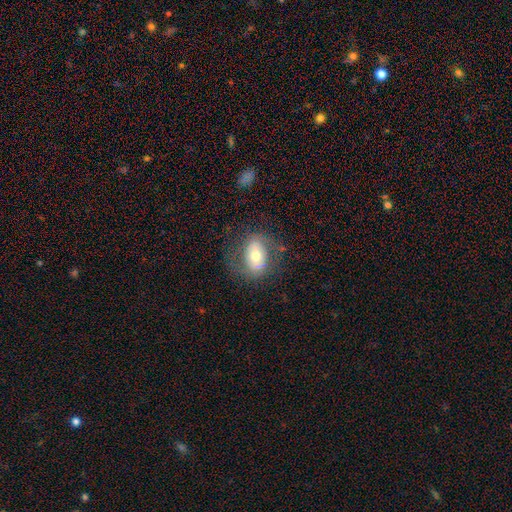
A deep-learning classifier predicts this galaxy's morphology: The model was most divided on "smooth or featured": smooth: 48%, featured or disk: 44%, star or artifact: 8%. More confident: merging — none (67%).